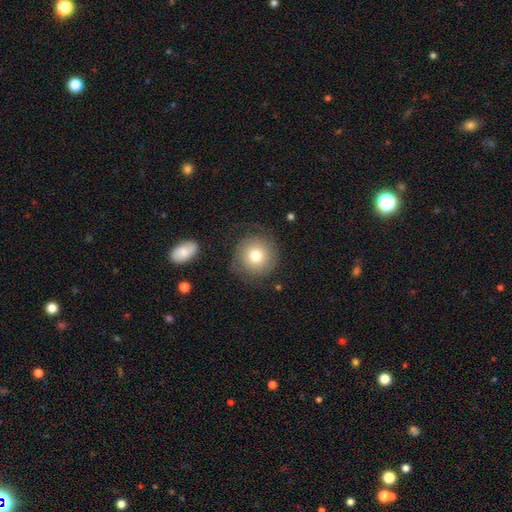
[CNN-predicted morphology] Overall: smooth (72%). How rounded: round (93%). Merging: none (77%).